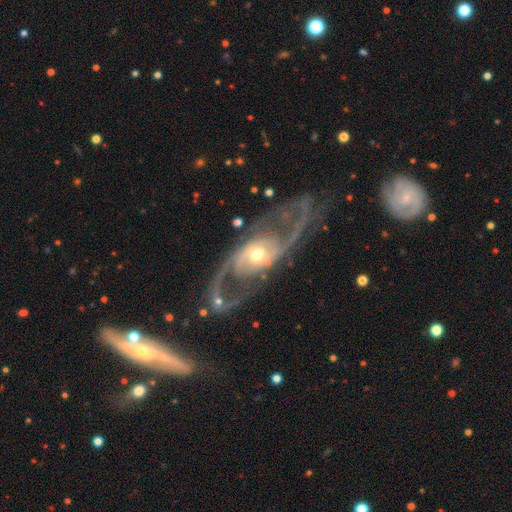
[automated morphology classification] Overall: featured or disk (91%). Edge-on disk: no (95%). Bar: no (51%; weak 32%). Spiral arms: yes (96%). Spiral arm count: 2 (90%). Spiral winding: medium (50%; loose 33%). Bulge size: moderate (64%; small 27%). Merging: none (70%).